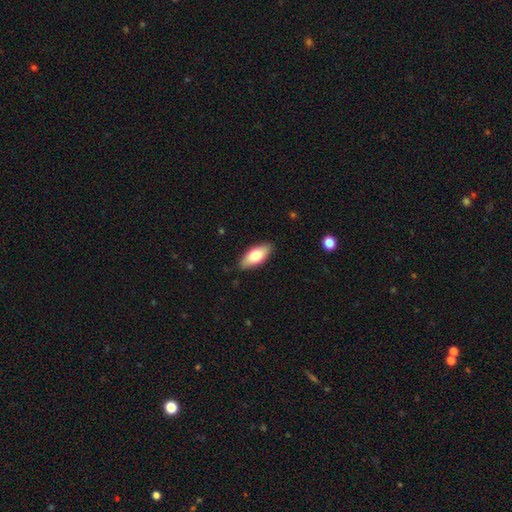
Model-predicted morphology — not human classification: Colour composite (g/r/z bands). It shows a smooth galaxy with no disk features (71%) that is in between round and cigar-shaped (82%). Merging: none (86%).